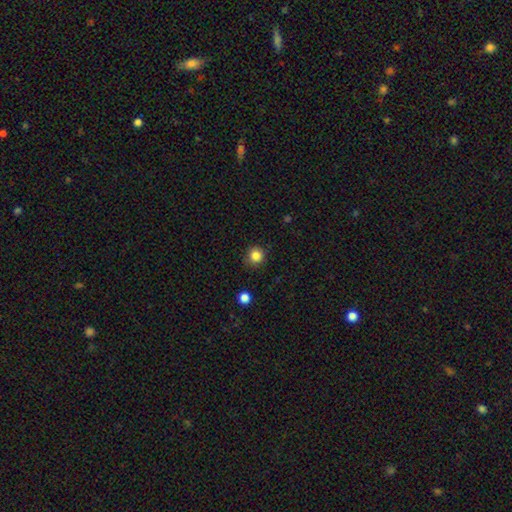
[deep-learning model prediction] Smooth or featured? smooth (84%)
How rounded? round (92%)
Merging? none (88%)